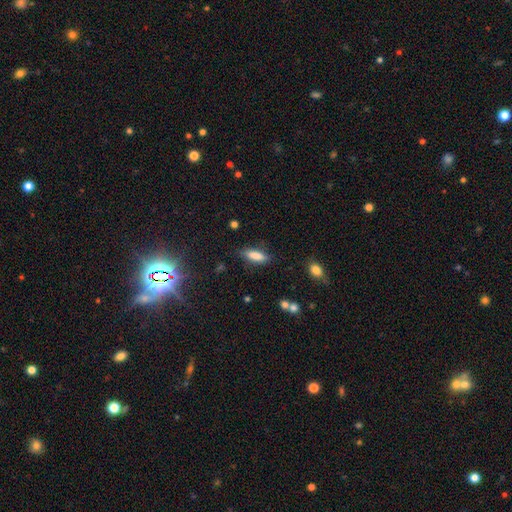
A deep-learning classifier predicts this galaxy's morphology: Smooth or featured: smooth — 82% (featured or disk — 10%)
How rounded: in between — 59% (cigar-shaped — 39%)
Merging: none — 80% (minor disturbance — 15%)